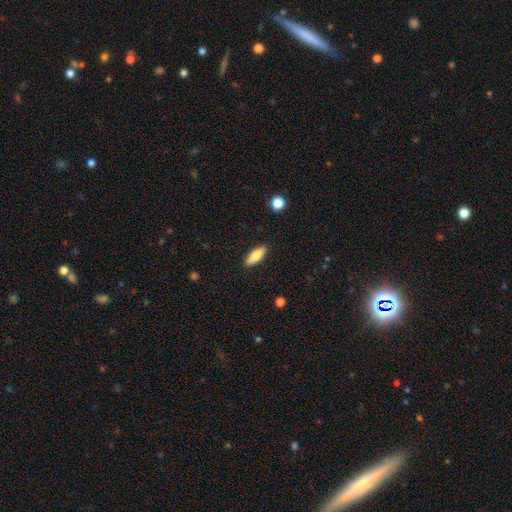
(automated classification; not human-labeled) A smooth galaxy with no disk features (72%) that is in between round and cigar-shaped (62%).

Vote fractions:
- Smooth or featured? smooth: 72% / featured or disk: 22% / star or artifact: 6%
- How rounded? in between: 62% / cigar-shaped: 36% / round: 2%
- Merging? none: 89% / minor disturbance: 8% / major disturbance: 2% / merger: 1%